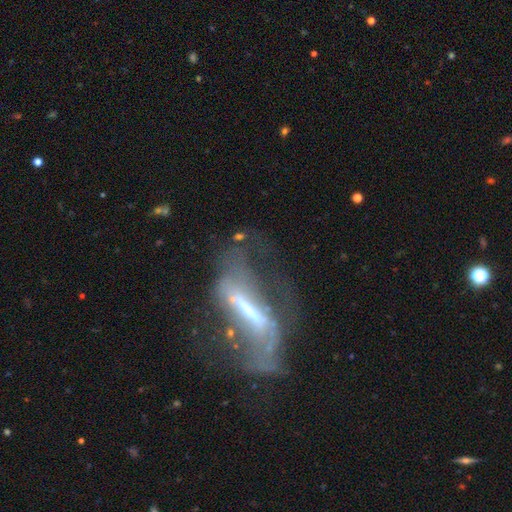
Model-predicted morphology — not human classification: This is likely a featured or disk galaxy (74%). It is likely not viewed edge-on (70%). Bar: likely strong (69%). Spiral arm pattern: likely yes (62%). Central bulge: marginally moderate (37%). Merging: marginally none (42%).